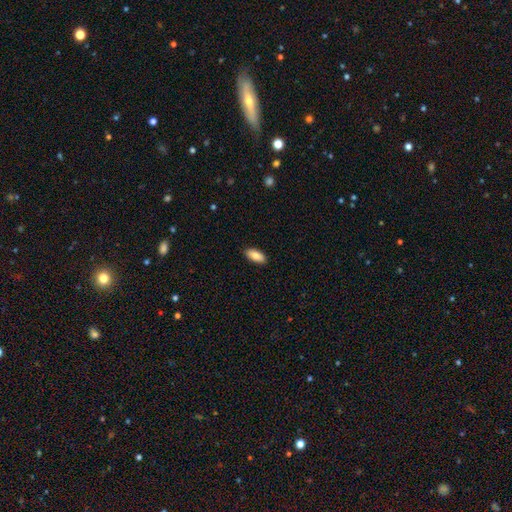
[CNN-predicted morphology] Smooth or featured?
  - smooth: 85% *
  - featured or disk: 8%
  - star or artifact: 6%
How rounded?
  - in between: 87% *
  - cigar-shaped: 11%
  - round: 2%
Merging?
  - none: 89% *
  - minor disturbance: 8%
  - major disturbance: 2%
  - merger: 1%